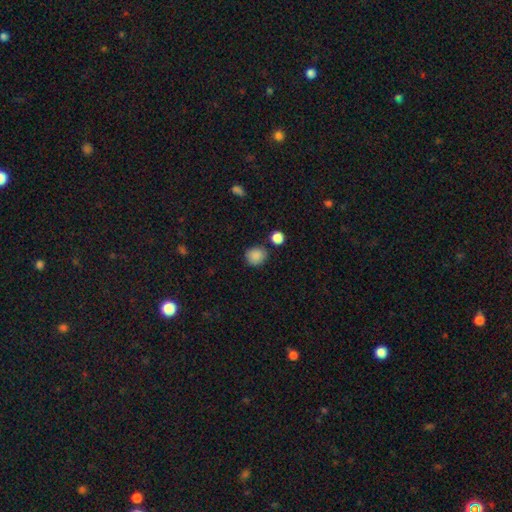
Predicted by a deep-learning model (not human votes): smooth-or-featured: smooth: 87% | star or artifact: 9% | featured or disk: 4%
  how-rounded: round: 79% | in between: 20% | cigar-shaped: 1%
  merging: none: 78% | minor disturbance: 13% | merger: 6% | major disturbance: 3%